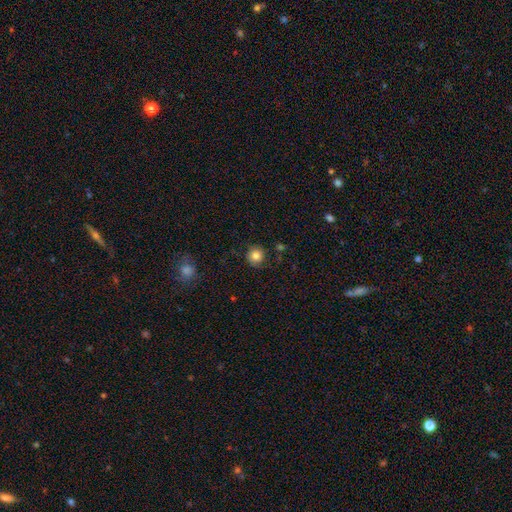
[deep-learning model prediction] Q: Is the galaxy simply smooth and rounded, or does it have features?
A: smooth — 83%.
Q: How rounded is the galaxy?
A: round — 91%.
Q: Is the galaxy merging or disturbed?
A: none — 85%.